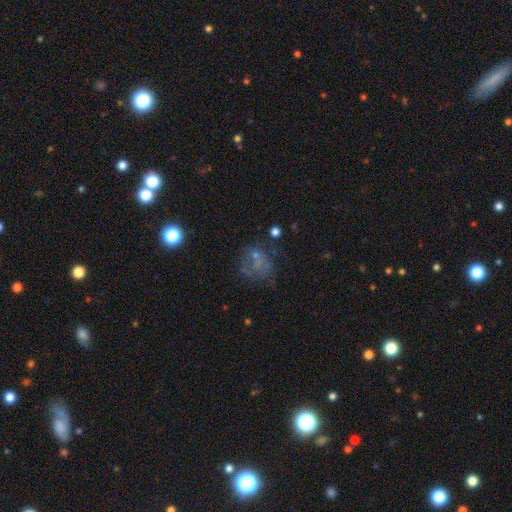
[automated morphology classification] Smooth or featured?
  - smooth: 39% *
  - featured or disk: 34%
  - star or artifact: 28%
Merging?
  - none: 50% *
  - major disturbance: 21%
  - minor disturbance: 19%
  - merger: 9%